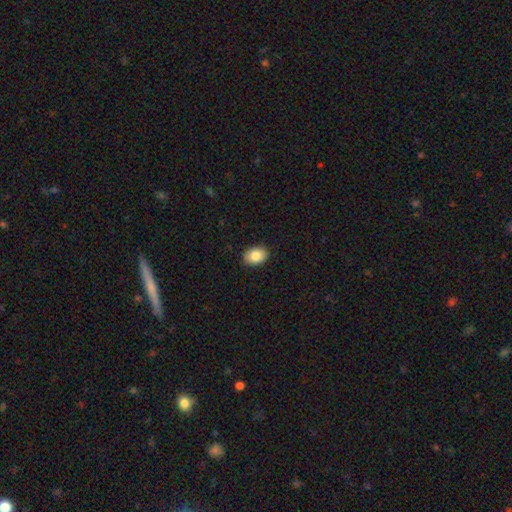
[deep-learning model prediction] A smooth galaxy with no disk features (85%) that is in between round and cigar-shaped (76%).

Vote fractions:
- Smooth or featured? smooth: 85% / star or artifact: 7% / featured or disk: 7%
- How rounded? in between: 76% / round: 23% / cigar-shaped: 1%
- Merging? none: 89% / minor disturbance: 8% / major disturbance: 2% / merger: 1%